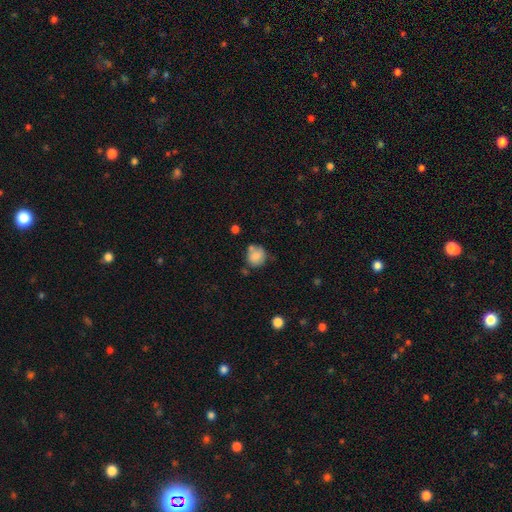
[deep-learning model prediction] Morphology: type=smooth (81%); roundness=round (83%); merging=none (62%).